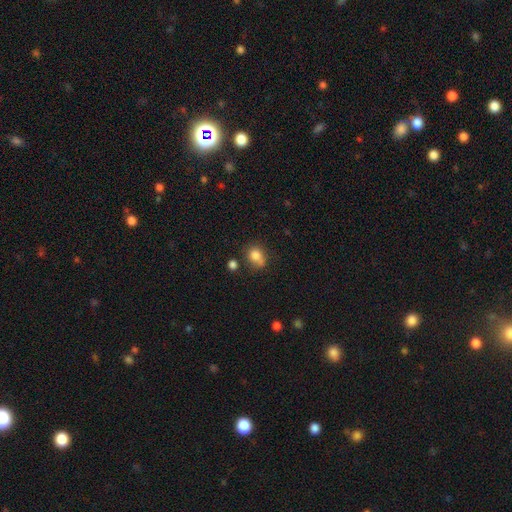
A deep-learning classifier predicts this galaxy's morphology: Smooth or featured?
  - smooth: 80% *
  - star or artifact: 11%
  - featured or disk: 9%
How rounded?
  - round: 57% *
  - in between: 42%
  - cigar-shaped: 1%
Merging?
  - none: 49% *
  - minor disturbance: 24%
  - merger: 18%
  - major disturbance: 9%